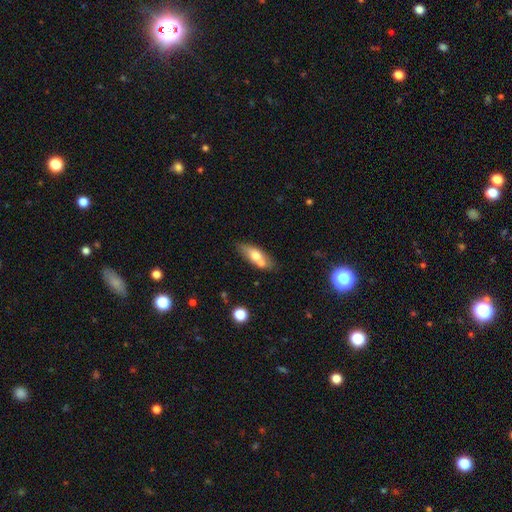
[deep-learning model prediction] Smooth or featured: smooth — 62% (featured or disk — 30%)
How rounded: in between — 70% (cigar-shaped — 26%)
Merging: none — 56% (merger — 26%)